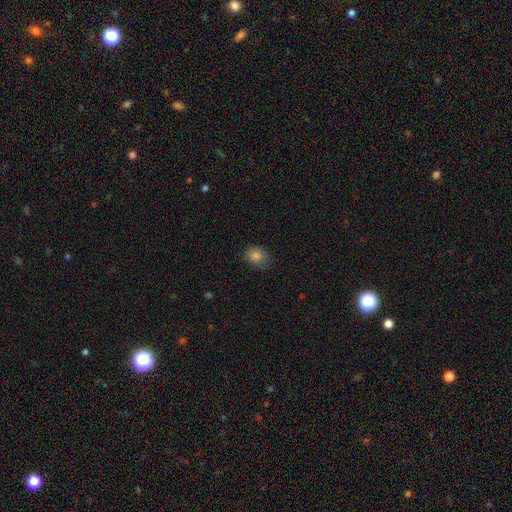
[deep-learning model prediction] smooth-or-featured: smooth: 81% | star or artifact: 13% | featured or disk: 7%
  how-rounded: round: 53% | in between: 47% | cigar-shaped: 1%
  merging: none: 77% | minor disturbance: 18% | major disturbance: 3% | merger: 1%